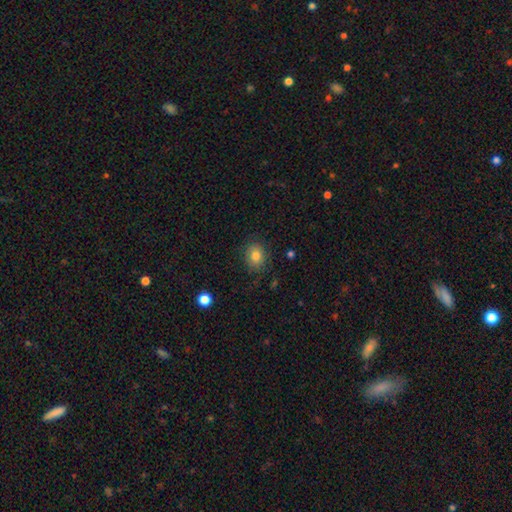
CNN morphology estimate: A smooth galaxy with no disk features (81%) that is round (62%). Merging: none (84%).